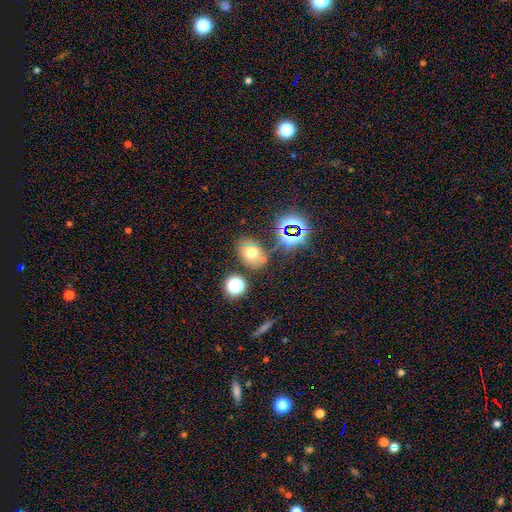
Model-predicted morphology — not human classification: smooth_or_featured: smooth (p=0.47) [alt: star or artifact p=0.34]
merging: none (p=0.75) [alt: minor disturbance p=0.11]